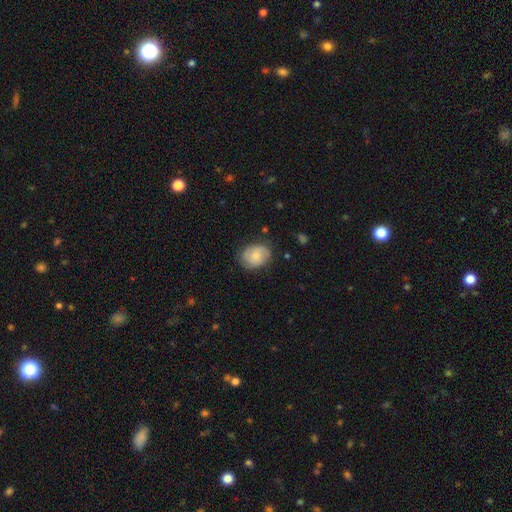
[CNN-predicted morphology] This is possibly a smooth galaxy (52%). How rounded: possibly in between (58%). Merging: likely none (75%).